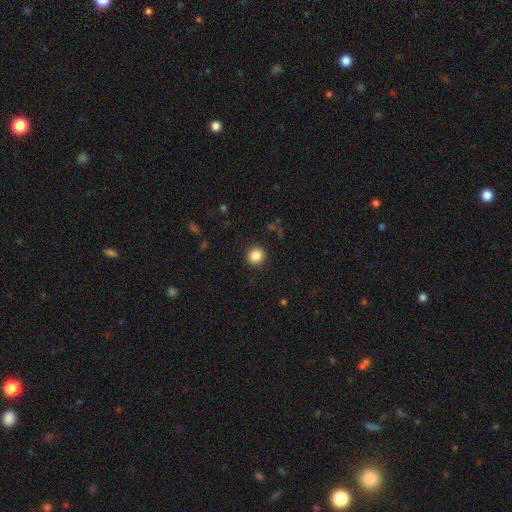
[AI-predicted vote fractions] The model was most divided on "how rounded": round: 88%, in between: 11%, cigar-shaped: 1%. More confident: merging — none (90%); smooth or featured — smooth (86%).